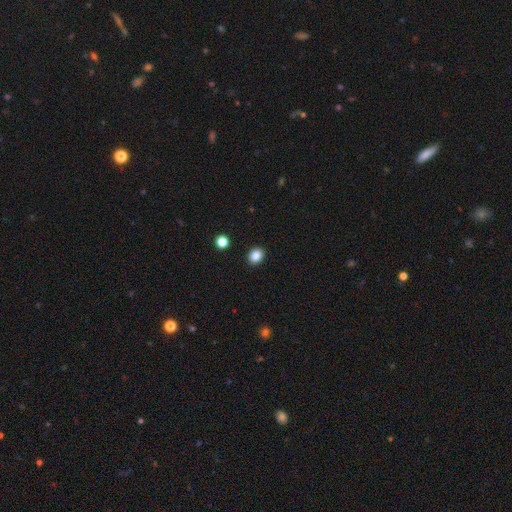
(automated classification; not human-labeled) Smooth or featured?
  - smooth: 85% *
  - star or artifact: 10%
  - featured or disk: 4%
How rounded?
  - round: 55% *
  - in between: 44%
  - cigar-shaped: 1%
Merging?
  - none: 91% *
  - minor disturbance: 6%
  - major disturbance: 2%
  - merger: 1%